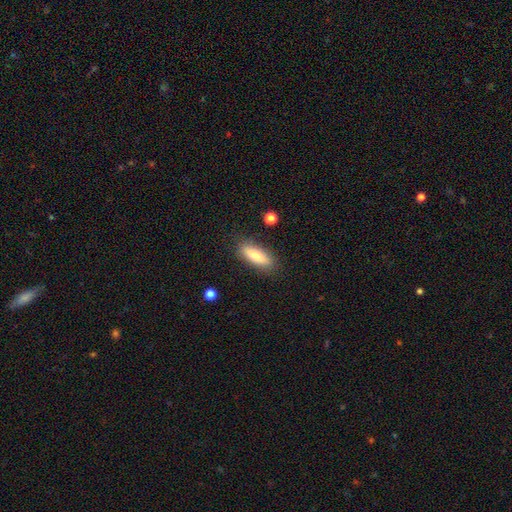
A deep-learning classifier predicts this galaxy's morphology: type=smooth (76%); roundness=in between (54%); merging=none (85%).